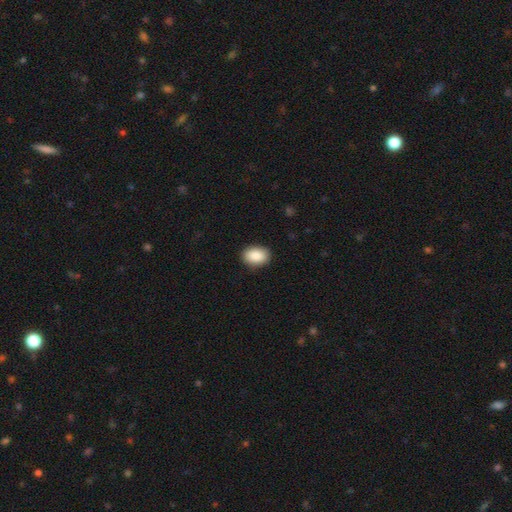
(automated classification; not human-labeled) smooth-or-featured: smooth: 89% | star or artifact: 7% | featured or disk: 4%
  how-rounded: in between: 77% | round: 22% | cigar-shaped: 1%
  merging: none: 89% | minor disturbance: 8% | major disturbance: 2% | merger: 1%